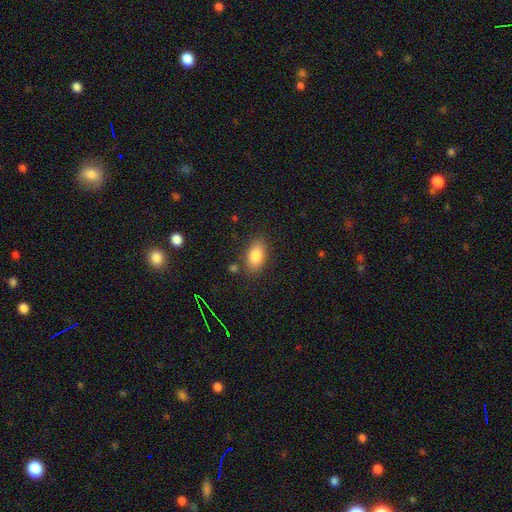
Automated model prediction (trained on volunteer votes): A smooth galaxy with no disk features (84%) that is in between round and cigar-shaped (90%). Merging: none (81%).